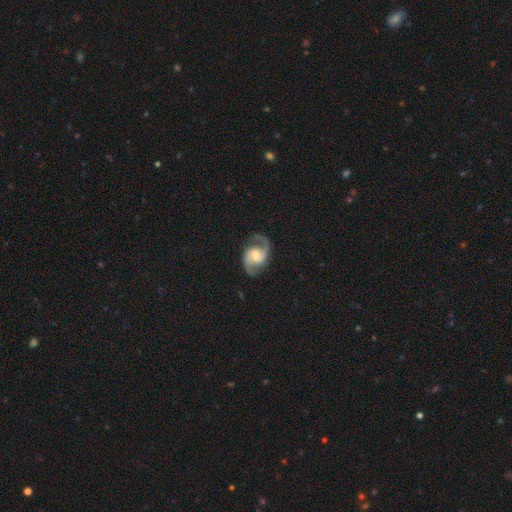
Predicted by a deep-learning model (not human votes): Morphology: type=featured or disk (90%); edge-on=no (98%); bar=no (49%); spiral arms=yes (97%); winding=medium (56%); arm count=2 (94%); bulge=moderate (51%); merging=none (81%).